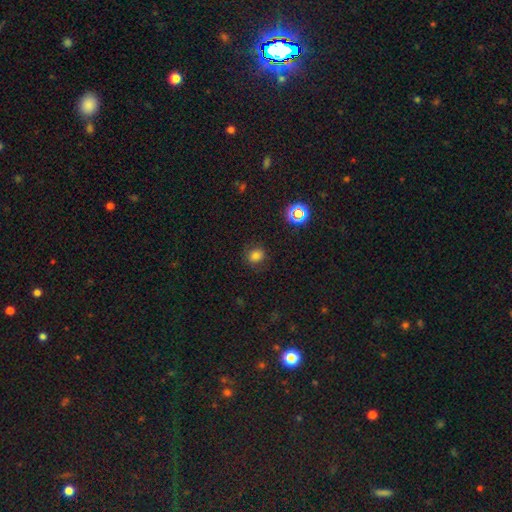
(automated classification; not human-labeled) smooth-or-featured: smooth: 75% | star or artifact: 19% | featured or disk: 7%
  how-rounded: round: 71% | in between: 28% | cigar-shaped: 1%
  merging: none: 81% | minor disturbance: 13% | major disturbance: 4% | merger: 1%